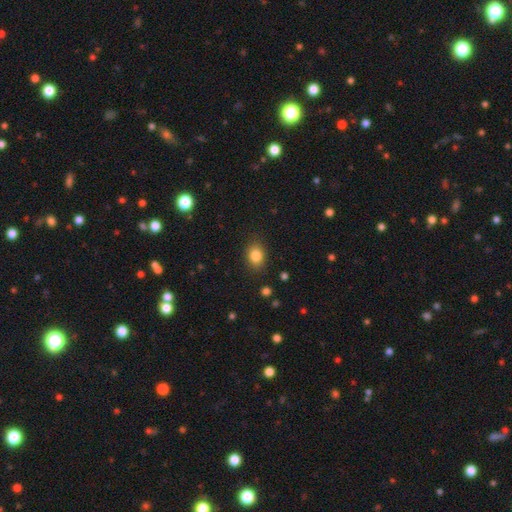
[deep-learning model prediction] smooth-or-featured: smooth: 83% | star or artifact: 10% | featured or disk: 7%
  how-rounded: in between: 63% | round: 36% | cigar-shaped: 1%
  merging: none: 85% | minor disturbance: 11% | major disturbance: 3% | merger: 1%